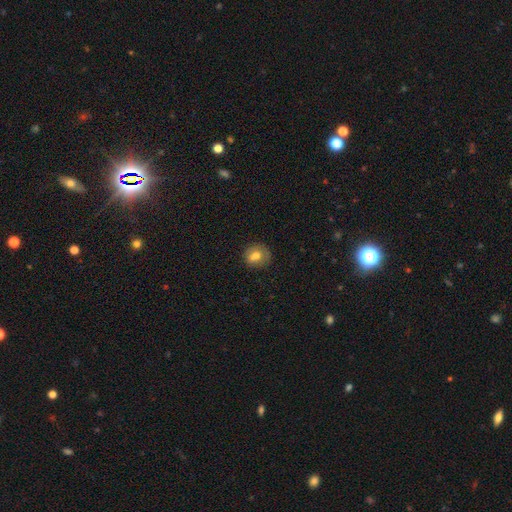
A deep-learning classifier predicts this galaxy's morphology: This is likely a smooth galaxy (71%). How rounded: likely round (73%). Merging: likely none (71%).